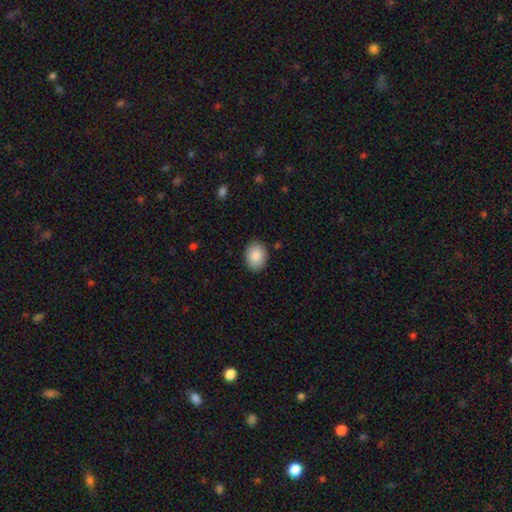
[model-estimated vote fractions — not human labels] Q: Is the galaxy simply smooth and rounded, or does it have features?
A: smooth — 88%.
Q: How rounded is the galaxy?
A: in between — 64%.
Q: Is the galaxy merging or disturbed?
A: none — 88%.